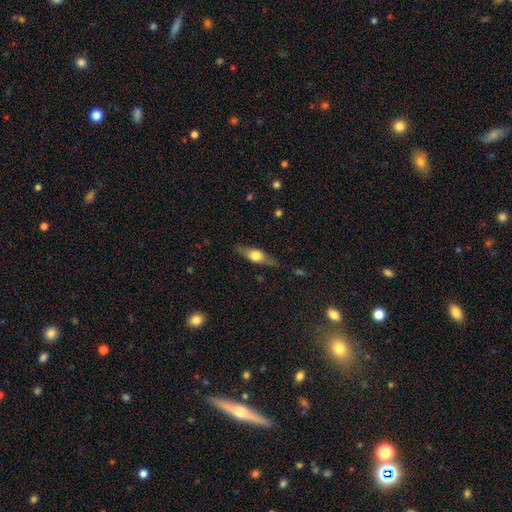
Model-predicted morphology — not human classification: This is possibly a featured or disk galaxy (47%). Merging: likely none (80%).